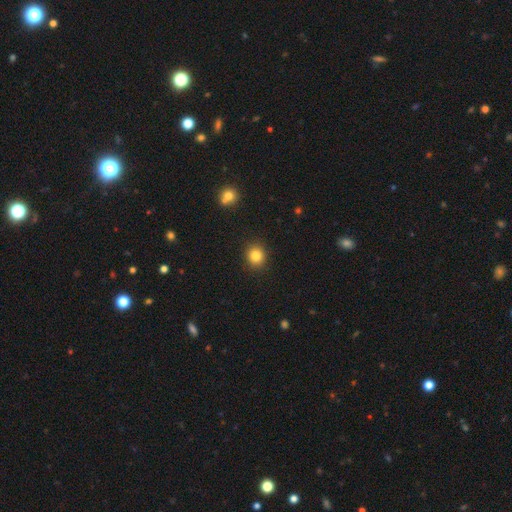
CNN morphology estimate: type=smooth (84%); roundness=round (83%); merging=none (90%).